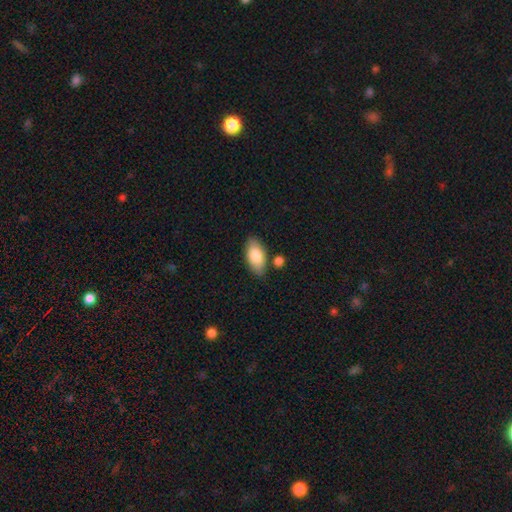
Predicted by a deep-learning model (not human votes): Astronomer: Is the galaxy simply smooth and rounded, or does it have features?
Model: smooth — 83%.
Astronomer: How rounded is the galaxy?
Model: in between — 93%.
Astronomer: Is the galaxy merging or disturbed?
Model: none — 76%.